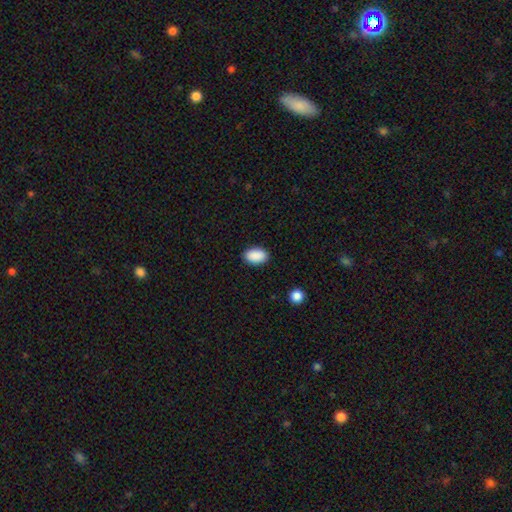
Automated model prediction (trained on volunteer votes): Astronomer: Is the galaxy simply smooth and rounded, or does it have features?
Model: smooth — 90%.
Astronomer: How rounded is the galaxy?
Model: in between — 92%.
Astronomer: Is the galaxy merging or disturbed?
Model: none — 89%.